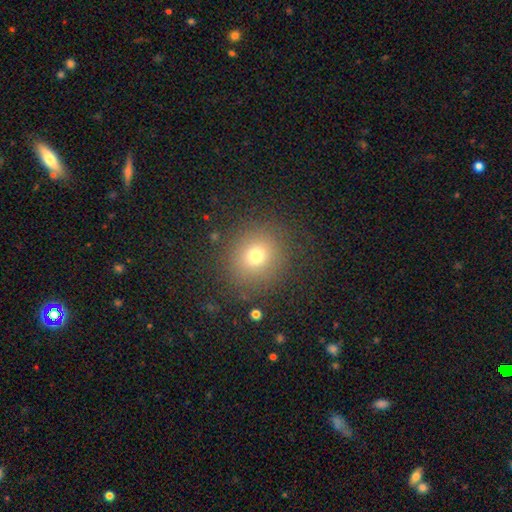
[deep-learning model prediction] A smooth galaxy with no disk features (71%) that is round (86%). Merging: none (85%).